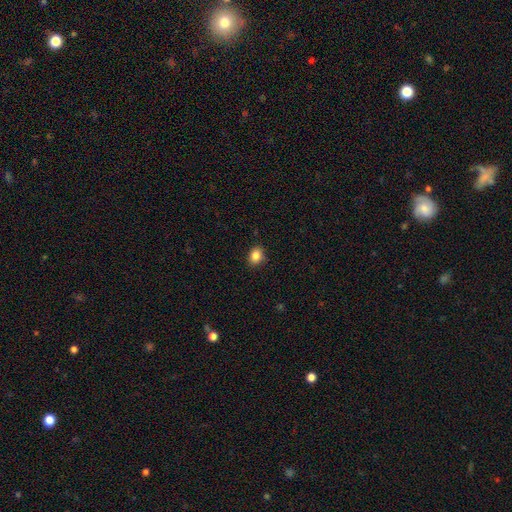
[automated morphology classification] A smooth galaxy with no disk features (86%) that is in between round and cigar-shaped (51%).

Vote fractions:
- Smooth or featured? smooth: 86% / star or artifact: 10% / featured or disk: 4%
- How rounded? in between: 51% / round: 48% / cigar-shaped: 1%
- Merging? none: 89% / minor disturbance: 8% / major disturbance: 2% / merger: 1%